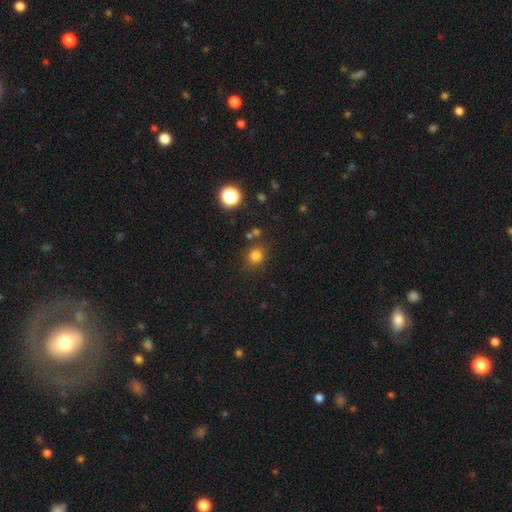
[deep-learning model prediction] smooth-or-featured: smooth: 80% | star or artifact: 15% | featured or disk: 5%
  how-rounded: round: 86% | in between: 13% | cigar-shaped: 1%
  merging: none: 80% | minor disturbance: 10% | merger: 6% | major disturbance: 4%